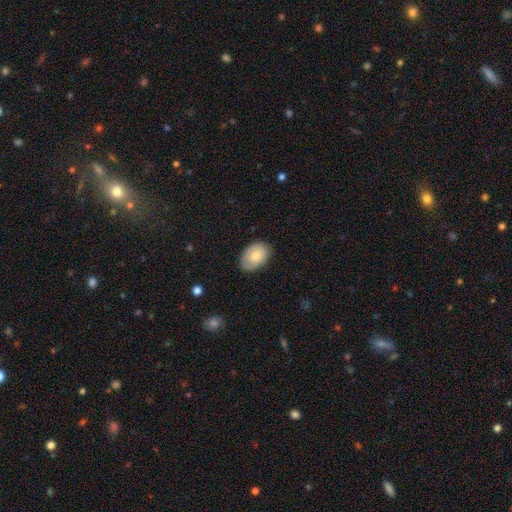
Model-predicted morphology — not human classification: smooth_or_featured: smooth (p=0.78) [alt: featured or disk p=0.15]
how_rounded: in between (p=0.86) [alt: round p=0.13]
merging: none (p=0.80) [alt: minor disturbance p=0.16]